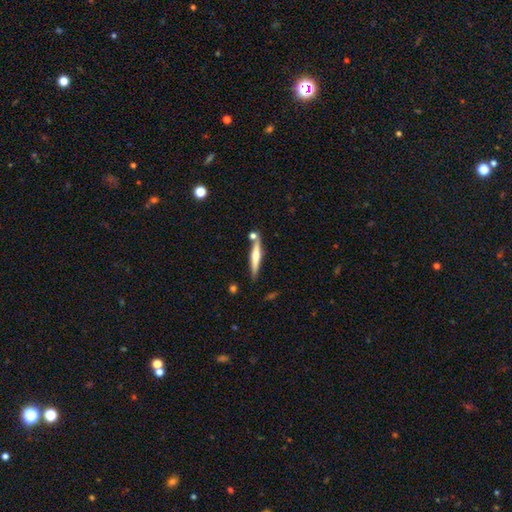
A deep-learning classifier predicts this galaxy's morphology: smooth-or-featured: featured or disk: 54% | smooth: 40% | star or artifact: 6%
  disk-edge-on: yes: 96% | no: 4%
    edge-on-bulge: rounded: 79% | none: 13% | boxy: 8%
  merging: none: 77% | minor disturbance: 11% | merger: 10% | major disturbance: 2%